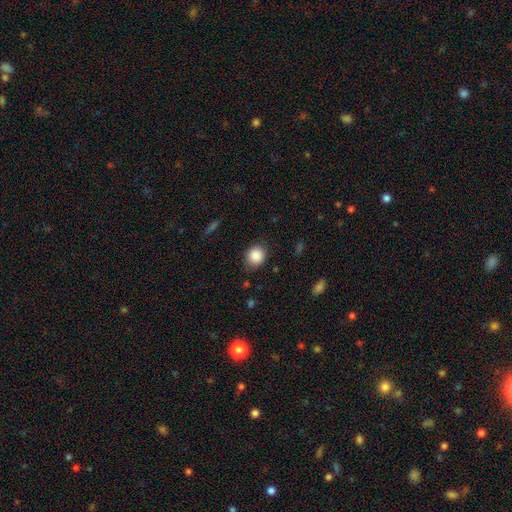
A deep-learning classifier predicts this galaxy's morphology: Overall: smooth (88%). How rounded: round (79%). Merging: none (82%).